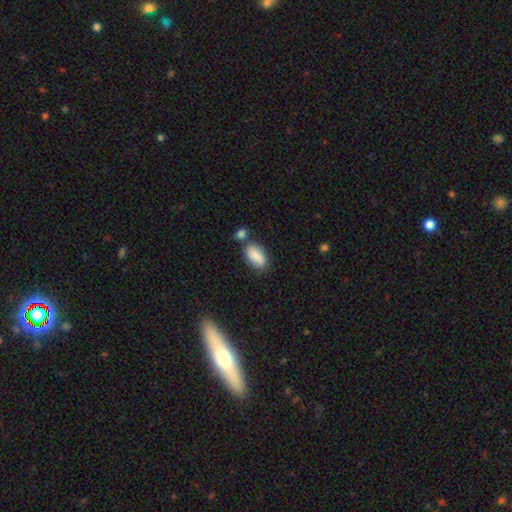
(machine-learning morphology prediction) smooth 86%, star or artifact 7%, featured or disk 7%. Down the decision tree: how rounded — in between (92%); merging — none (56%).